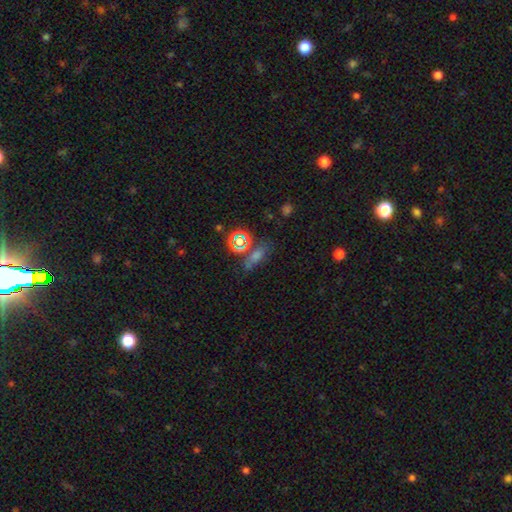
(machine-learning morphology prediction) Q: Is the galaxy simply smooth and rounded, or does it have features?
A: smooth — 43%.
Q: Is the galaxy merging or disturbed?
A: none — 65%.